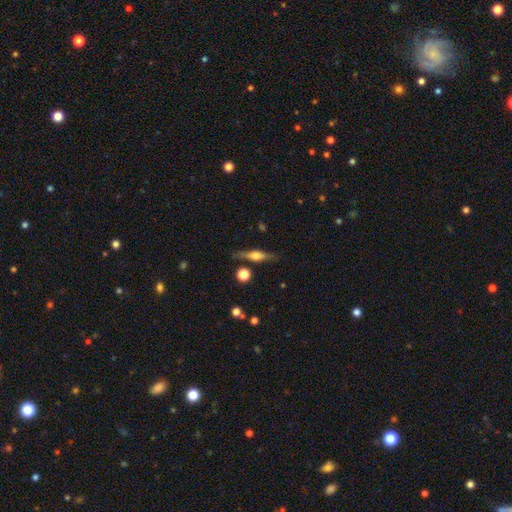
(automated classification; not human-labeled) Smooth or featured? Predicted: featured or disk (p=0.67). Edge-on disk? Predicted: yes (p=0.96). Edge-on bulge? Predicted: rounded (p=0.90). Merging? Predicted: none (p=0.83).